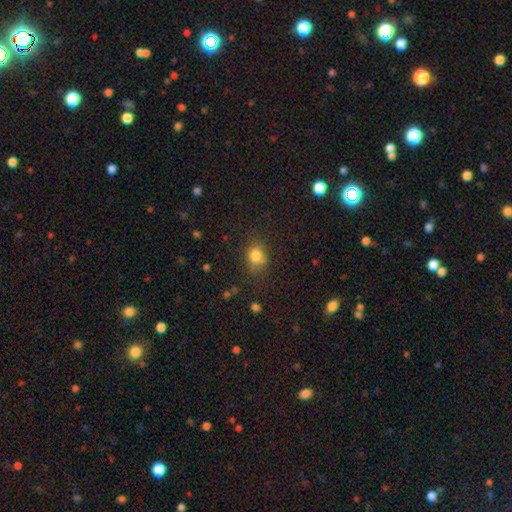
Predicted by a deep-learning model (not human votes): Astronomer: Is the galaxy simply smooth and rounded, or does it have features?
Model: smooth — 81%.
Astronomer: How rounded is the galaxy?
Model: round — 54% (runner-up: in between, 44%).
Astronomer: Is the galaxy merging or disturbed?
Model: none — 72%.